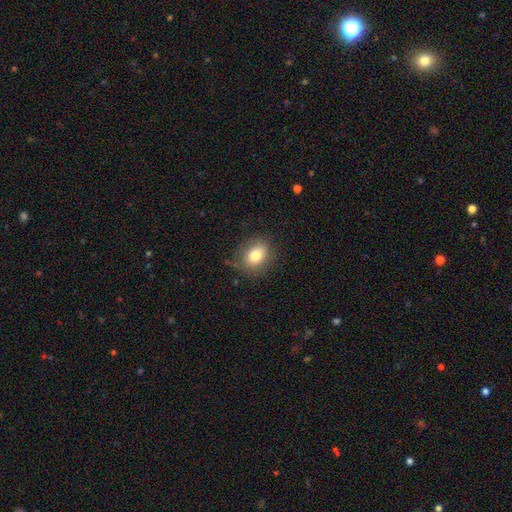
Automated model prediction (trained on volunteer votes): smooth-or-featured: smooth: 79% | featured or disk: 11% | star or artifact: 10%
  how-rounded: in between: 50% | round: 49% | cigar-shaped: 1%
  merging: none: 80% | minor disturbance: 15% | major disturbance: 4% | merger: 1%